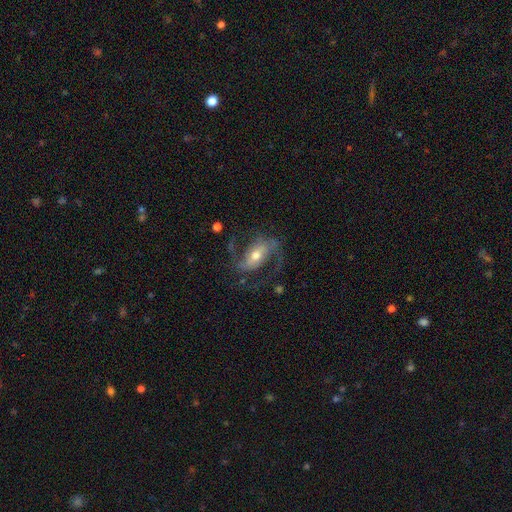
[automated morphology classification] A featured or disk galaxy (83%) with a weak bar (40%), 2 (90%) medium (45%) spiral arms (94%) and a moderate central bulge (63%).

Vote fractions:
- Smooth or featured? featured or disk: 83% / smooth: 11% / star or artifact: 6%
- Edge-on disk? no: 96% / yes: 4%
- Bar? weak: 40% / strong: 37% / no: 23%
- Spiral arms? yes: 94% / no: 6%
- Spiral winding? medium: 45% / loose: 44% / tight: 10%
- Spiral arm count? 2: 90% / 1: 3% / can't tell: 3% / 3: 2% / 4: 1% / more than 4: 1%
- Bulge size? moderate: 63% / small: 27% / large: 7% / none: 1% / dominant: 1%
- Merging? none: 65% / major disturbance: 17% / minor disturbance: 15% / merger: 2%